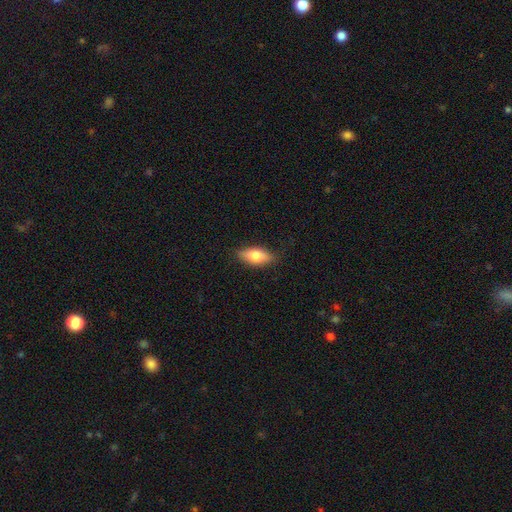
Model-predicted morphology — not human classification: Smooth or featured?
  - smooth: 74% *
  - featured or disk: 19%
  - star or artifact: 7%
How rounded?
  - in between: 81% *
  - cigar-shaped: 16%
  - round: 4%
Merging?
  - none: 81% *
  - minor disturbance: 15%
  - major disturbance: 3%
  - merger: 1%